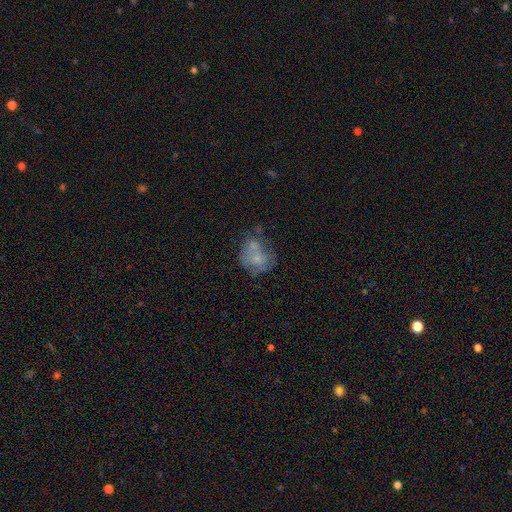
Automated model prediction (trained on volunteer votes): Smooth or featured? Predicted: smooth (p=0.52). How rounded? Predicted: round (p=0.60). Merging? Predicted: none (p=0.35).